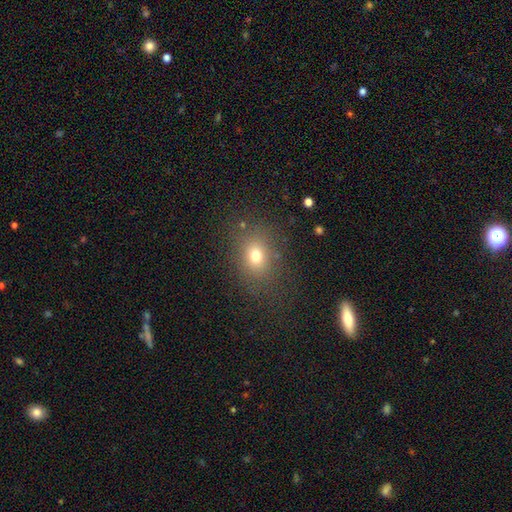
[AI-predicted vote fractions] This appears to be a smooth galaxy with no disk features (72%) that is in between round and cigar-shaped (53%). Merging: none (79%).